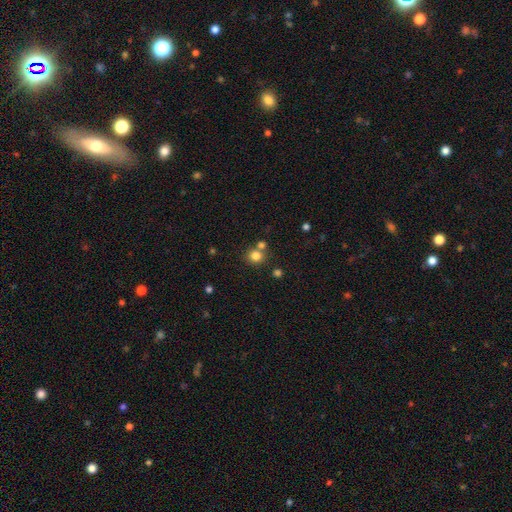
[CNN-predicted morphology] smooth_or_featured: smooth (p=0.81) [alt: star or artifact p=0.13]
how_rounded: round (p=0.83) [alt: in between p=0.16]
merging: none (p=0.65) [alt: merger p=0.23]